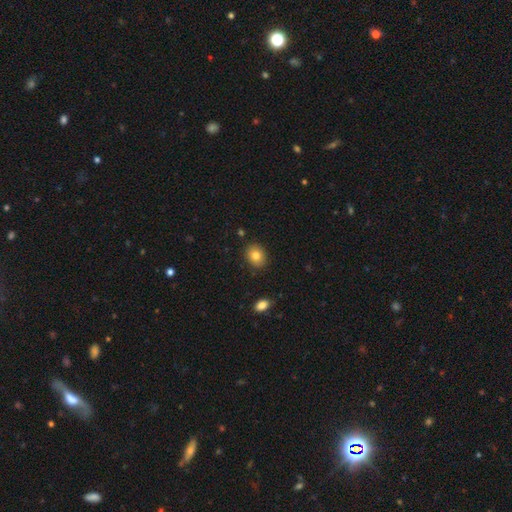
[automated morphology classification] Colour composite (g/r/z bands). It shows a smooth galaxy with no disk features (82%) that is round (51%). Merging: none (88%).